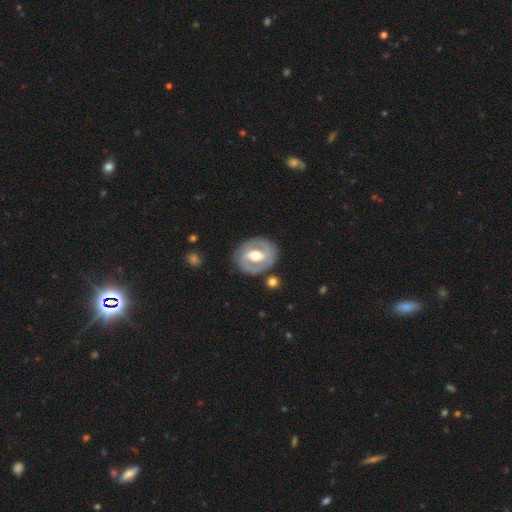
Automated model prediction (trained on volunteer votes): Morphology: type=featured or disk (75%); edge-on=no (96%); bar=strong (40%); spiral arms=yes (68%); bulge=moderate (74%); merging=none (82%).